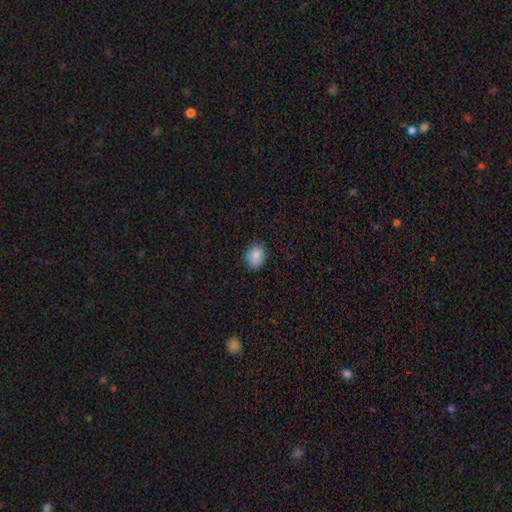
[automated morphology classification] Smooth or featured: smooth — 84% (star or artifact — 9%)
How rounded: round — 55% (in between — 44%)
Merging: none — 77% (minor disturbance — 18%)